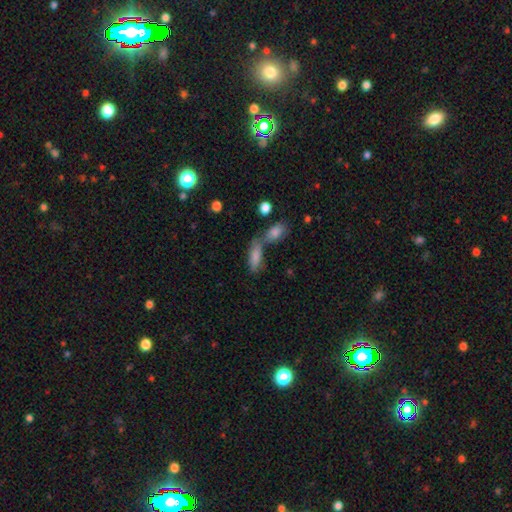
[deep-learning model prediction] Smooth or featured?
  - smooth: 81% *
  - featured or disk: 11%
  - star or artifact: 8%
How rounded?
  - in between: 71% *
  - cigar-shaped: 26%
  - round: 3%
Merging?
  - merger: 46% *
  - none: 36%
  - minor disturbance: 12%
  - major disturbance: 6%